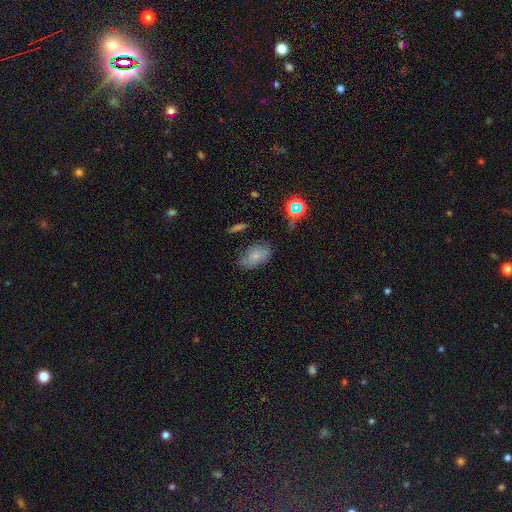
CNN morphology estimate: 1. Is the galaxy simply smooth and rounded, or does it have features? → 70% smooth, 17% featured or disk, 13% star or artifact.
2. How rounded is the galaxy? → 90% in between, 8% round, 2% cigar-shaped.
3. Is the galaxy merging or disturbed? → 65% none, 25% minor disturbance, 7% major disturbance, 3% merger.